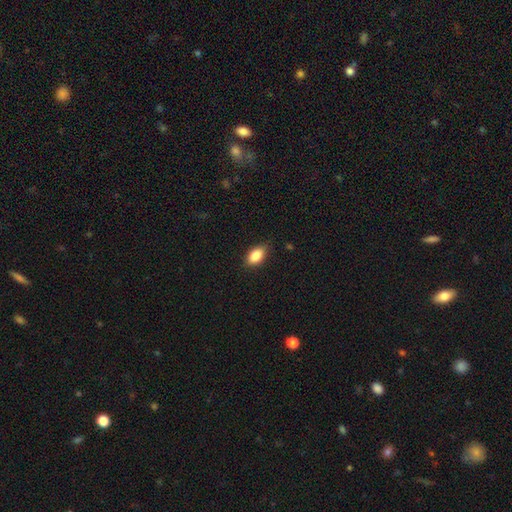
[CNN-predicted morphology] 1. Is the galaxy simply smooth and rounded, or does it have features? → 86% smooth, 8% star or artifact, 6% featured or disk.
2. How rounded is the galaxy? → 90% in between, 7% round, 3% cigar-shaped.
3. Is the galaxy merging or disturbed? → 83% none, 14% minor disturbance, 2% major disturbance, 1% merger.